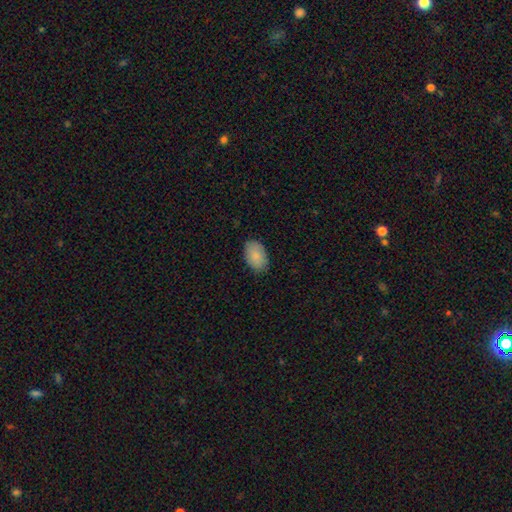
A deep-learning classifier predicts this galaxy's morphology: smooth 86%, featured or disk 7%, star or artifact 7%. Down the decision tree: how rounded — in between (90%); merging — none (85%).